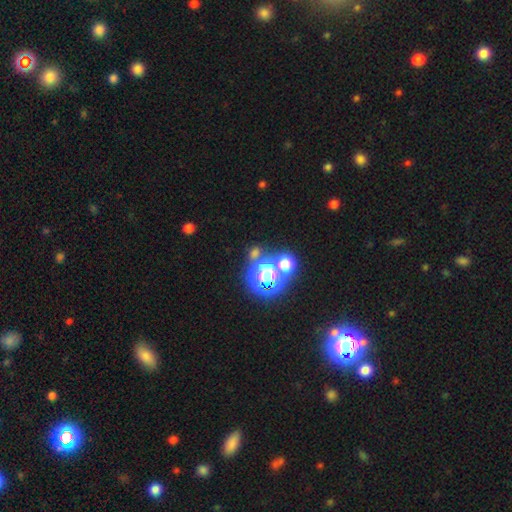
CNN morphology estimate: A star or artifact, not a galaxy (62%).